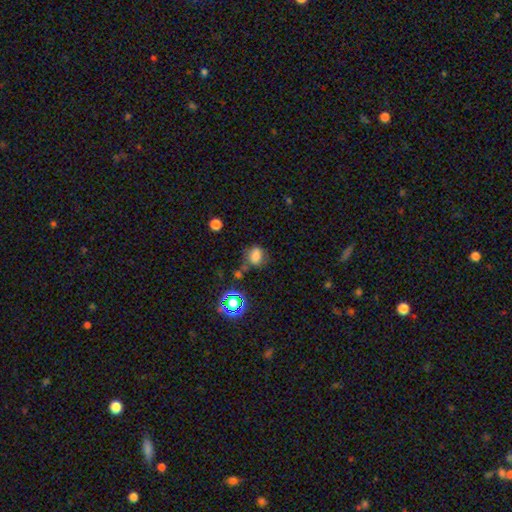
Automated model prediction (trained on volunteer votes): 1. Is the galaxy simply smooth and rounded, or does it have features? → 74% smooth, 17% star or artifact, 9% featured or disk.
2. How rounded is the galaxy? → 57% in between, 42% round, 2% cigar-shaped.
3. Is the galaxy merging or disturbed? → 58% none, 23% minor disturbance, 10% major disturbance, 9% merger.